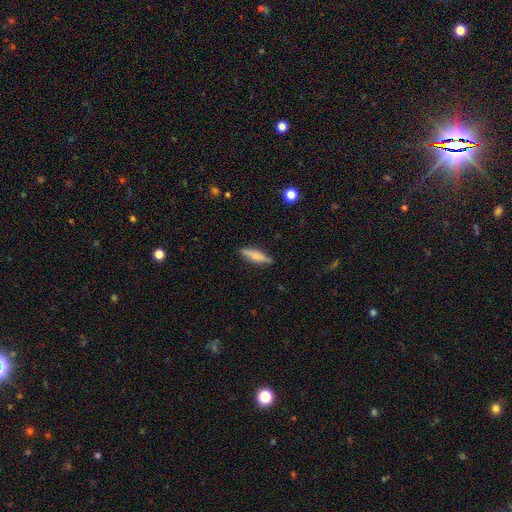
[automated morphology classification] smooth 72%, featured or disk 22%, star or artifact 7%. Down the decision tree: how rounded — cigar-shaped (70%); merging — none (82%).